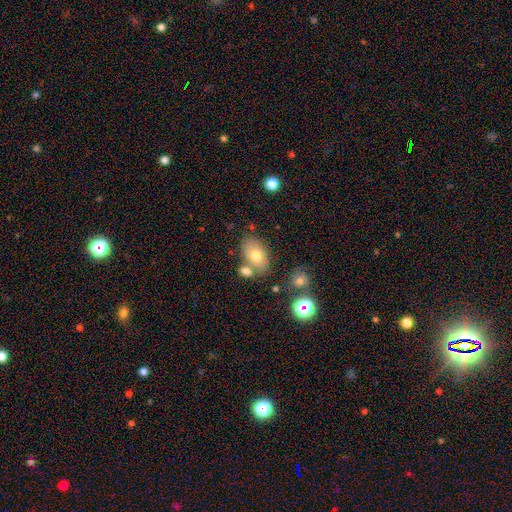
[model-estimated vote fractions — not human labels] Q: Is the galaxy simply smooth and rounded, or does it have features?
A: smooth — 72%.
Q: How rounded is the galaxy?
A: in between — 87%.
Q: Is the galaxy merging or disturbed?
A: none — 61%.